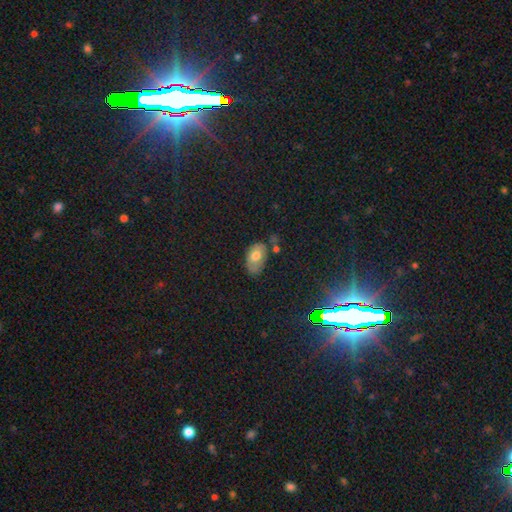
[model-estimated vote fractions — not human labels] Overall: smooth (70%). How rounded: in between (90%). Merging: none (62%; minor disturbance 26%).